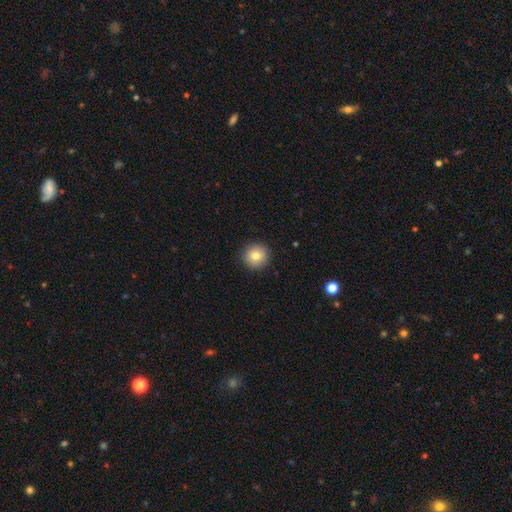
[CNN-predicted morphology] Smooth or featured? Predicted: smooth (p=0.80). How rounded? Predicted: round (p=0.93). Merging? Predicted: none (p=0.91).